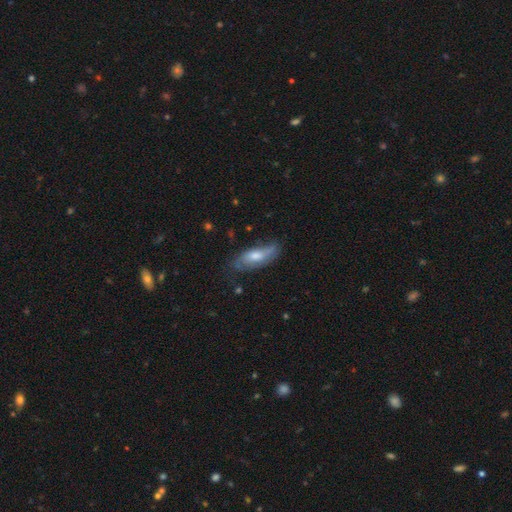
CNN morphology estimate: This appears to be a featured or disk galaxy (48%). Merging: none (64%).